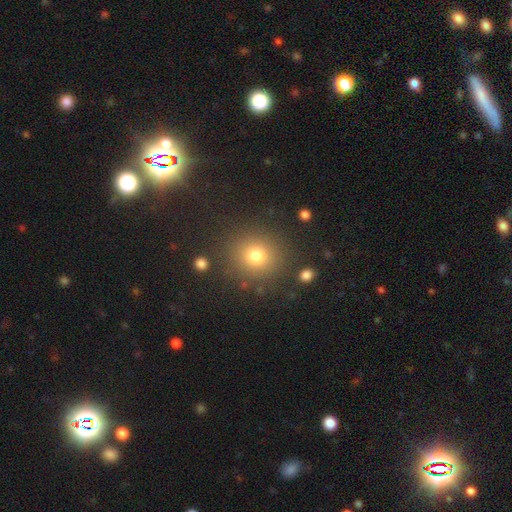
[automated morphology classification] smooth_or_featured: smooth (p=0.76) [alt: star or artifact p=0.15]
how_rounded: round (p=0.88) [alt: in between p=0.11]
merging: none (p=0.86) [alt: minor disturbance p=0.08]